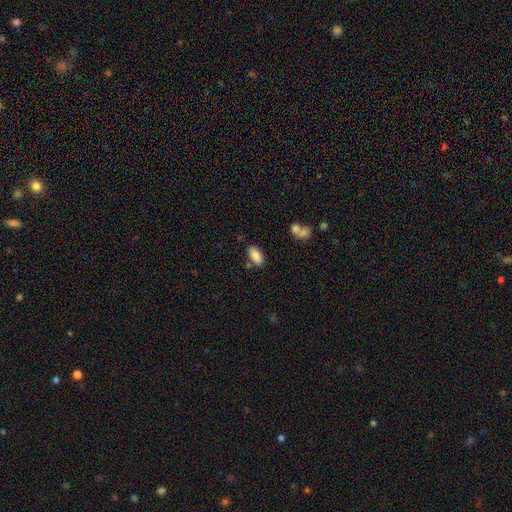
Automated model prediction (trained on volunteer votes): Smooth or featured?
  - smooth: 87% *
  - star or artifact: 8%
  - featured or disk: 6%
How rounded?
  - in between: 90% *
  - cigar-shaped: 7%
  - round: 2%
Merging?
  - none: 76% *
  - minor disturbance: 13%
  - merger: 8%
  - major disturbance: 3%